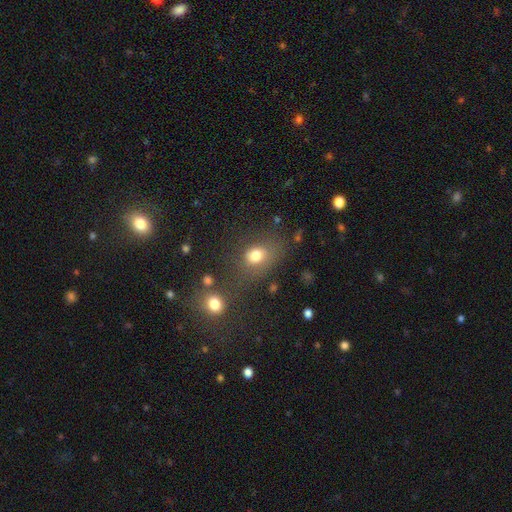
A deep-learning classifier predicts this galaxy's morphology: Smooth or featured? smooth (76%)
How rounded? in between (50%)
Merging? none (56%)